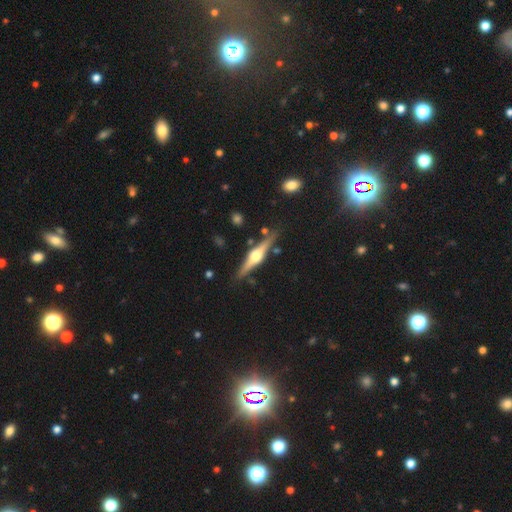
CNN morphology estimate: This is likely a featured or disk galaxy (77%). It is clearly viewed edge-on (98%). Edge-on bulge: clearly rounded (94%). Merging: clearly none (85%).